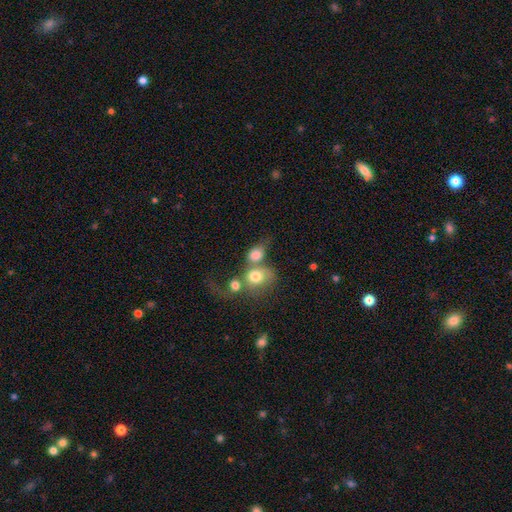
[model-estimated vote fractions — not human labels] Smooth or featured: smooth — 69% (featured or disk — 20%)
How rounded: in between — 51% (round — 47%)
Merging: merger — 60% (none — 18%)